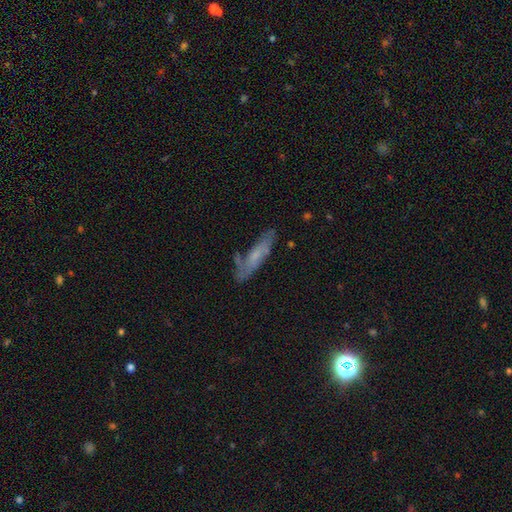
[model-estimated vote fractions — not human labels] Smooth or featured? featured or disk (46%)
Merging? none (62%)